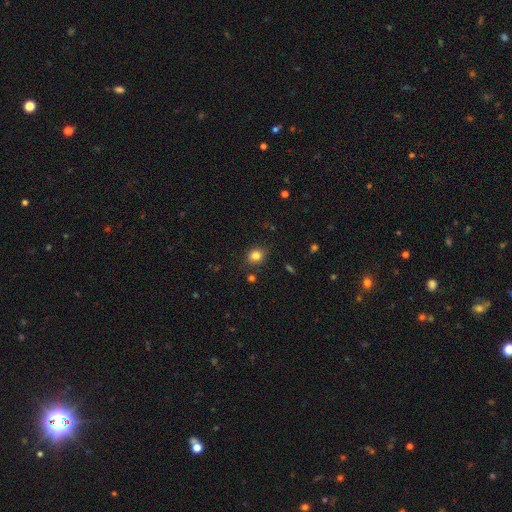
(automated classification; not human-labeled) Smooth or featured? Predicted: smooth (p=0.81). How rounded? Predicted: round (p=0.59). Merging? Predicted: none (p=0.82).